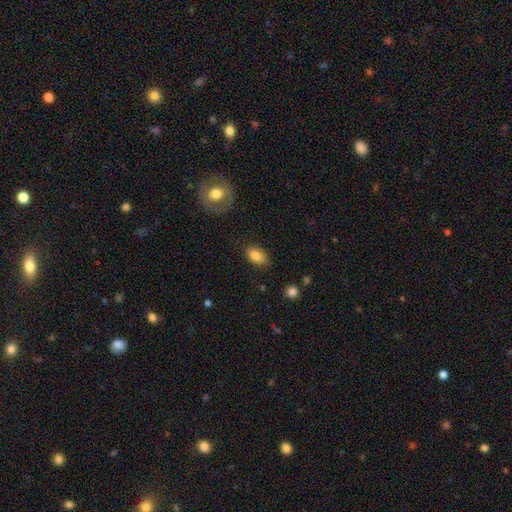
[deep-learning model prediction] smooth_or_featured: smooth (p=0.84) [alt: featured or disk p=0.08]
how_rounded: in between (p=0.89) [alt: round p=0.08]
merging: none (p=0.79) [alt: minor disturbance p=0.16]